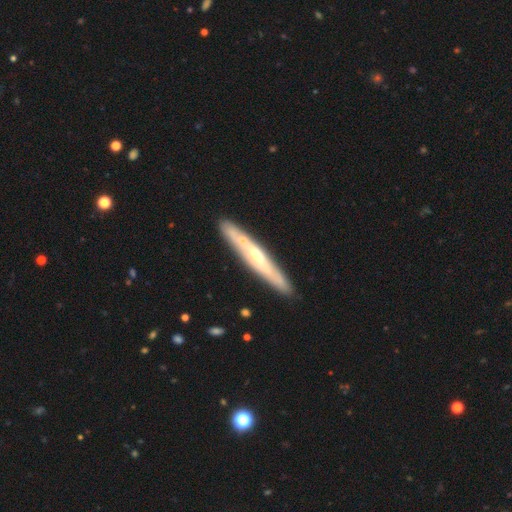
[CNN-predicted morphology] Smooth or featured? featured or disk (57%)
Edge-on disk? yes (83%)
Merging? none (80%)